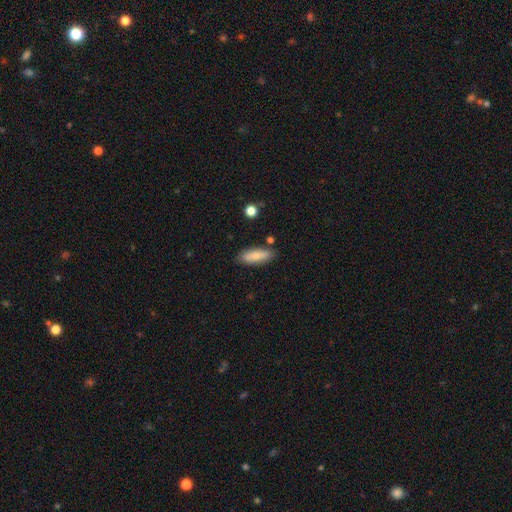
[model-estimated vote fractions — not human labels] Morphology: type=smooth (77%); roundness=in between (59%); merging=none (82%).